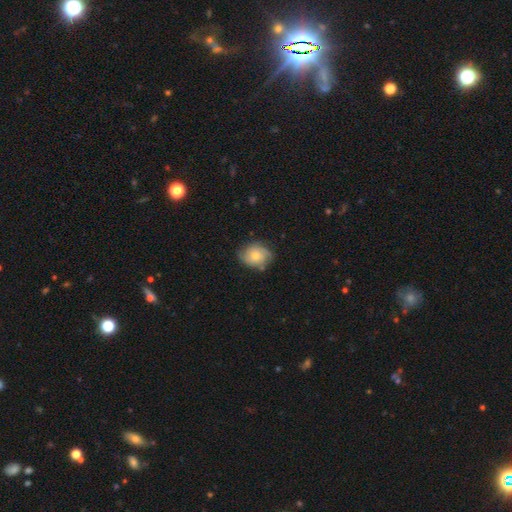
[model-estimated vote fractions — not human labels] Morphology: type=smooth (48%); merging=none (69%).